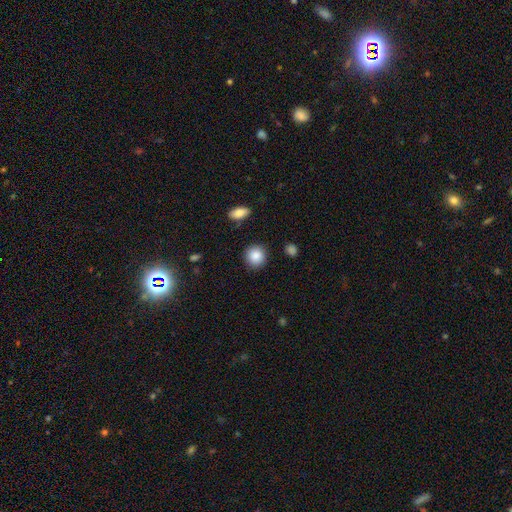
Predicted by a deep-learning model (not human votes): Overall: smooth (88%). How rounded: round (88%). Merging: none (89%).